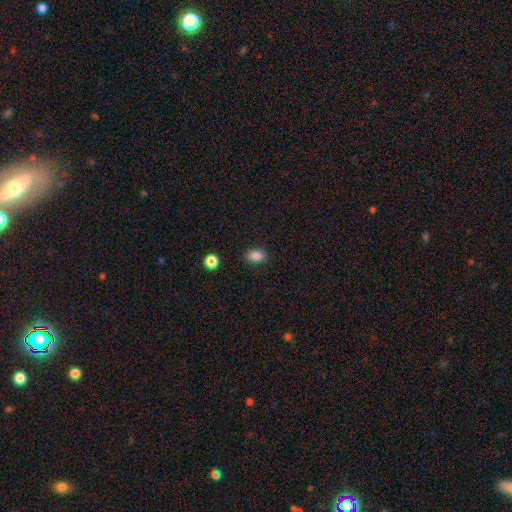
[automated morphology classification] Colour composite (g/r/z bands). It shows a smooth galaxy with no disk features (86%) that is in between round and cigar-shaped (78%). Merging: none (86%).